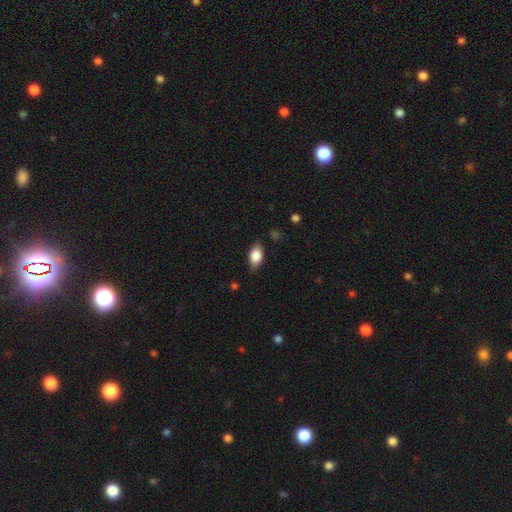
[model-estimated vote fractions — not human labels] smooth-or-featured: smooth: 81% | featured or disk: 11% | star or artifact: 7%
  how-rounded: in between: 89% | round: 7% | cigar-shaped: 4%
  merging: none: 80% | minor disturbance: 15% | major disturbance: 3% | merger: 1%